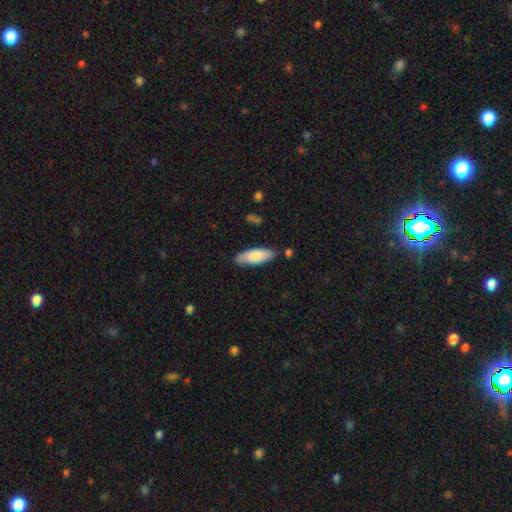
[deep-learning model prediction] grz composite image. It shows a smooth galaxy with no disk features (81%) that is in between round and cigar-shaped (65%). Merging: none (78%).